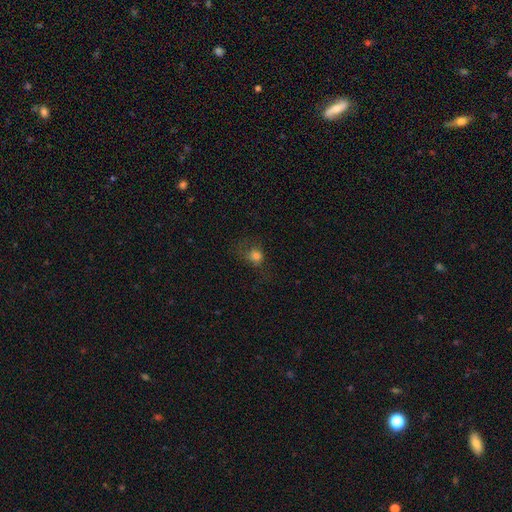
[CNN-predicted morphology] Q: Smooth or featured?
A: smooth (71%); runner-up: star or artifact (16%)
Q: How rounded?
A: round (68%); runner-up: in between (31%)
Q: Merging?
A: none (40%); runner-up: major disturbance (33%)